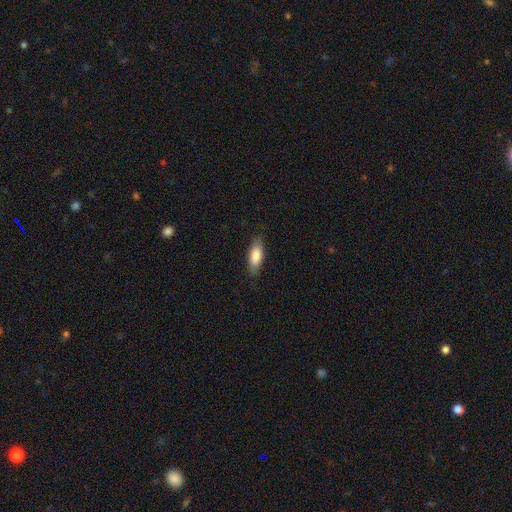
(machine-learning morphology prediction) A smooth galaxy with no disk features (82%) that is in between round and cigar-shaped (70%).

Vote fractions:
- Smooth or featured? smooth: 82% / featured or disk: 12% / star or artifact: 6%
- How rounded? in between: 70% / cigar-shaped: 28% / round: 2%
- Merging? none: 84% / minor disturbance: 12% / major disturbance: 3% / merger: 1%